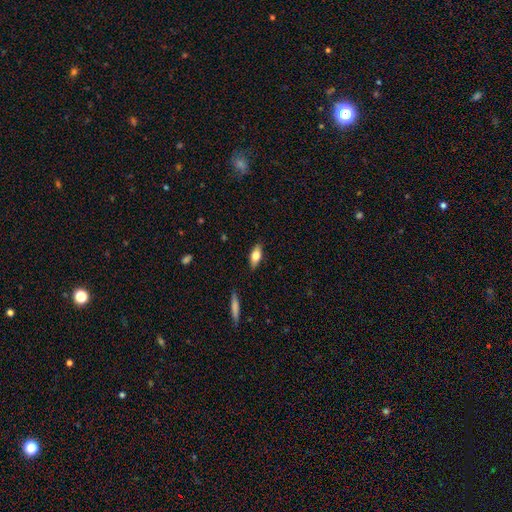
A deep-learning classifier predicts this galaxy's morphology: Smooth or featured? smooth (66%)
How rounded? in between (74%)
Merging? none (85%)